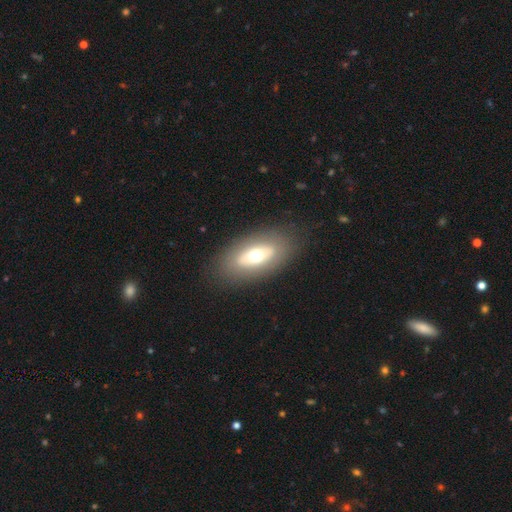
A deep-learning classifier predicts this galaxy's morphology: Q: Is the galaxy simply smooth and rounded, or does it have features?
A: smooth — 53%.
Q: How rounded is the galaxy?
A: in between — 89%.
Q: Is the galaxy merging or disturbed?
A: none — 84%.